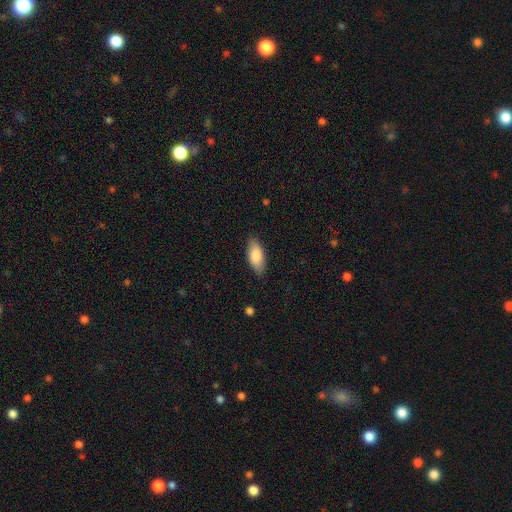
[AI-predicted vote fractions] Smooth or featured? Predicted: smooth (p=0.84). How rounded? Predicted: in between (p=0.84). Merging? Predicted: none (p=0.85).